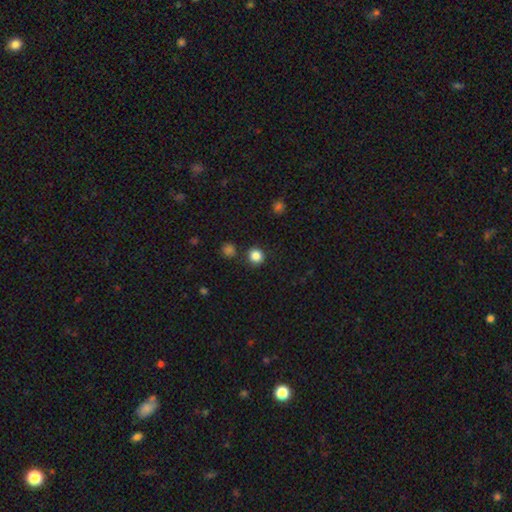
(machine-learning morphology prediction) This appears to be a smooth galaxy with no disk features (85%) that is round (92%). Merging: none (87%).